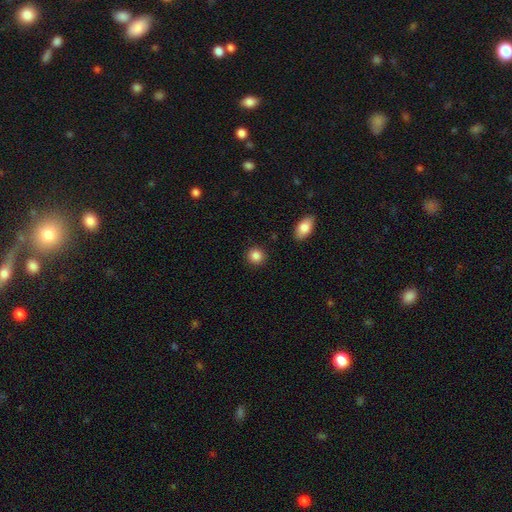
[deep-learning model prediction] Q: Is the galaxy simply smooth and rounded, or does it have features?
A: smooth — 87%.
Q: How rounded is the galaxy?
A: round — 88%.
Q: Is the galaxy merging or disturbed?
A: none — 91%.